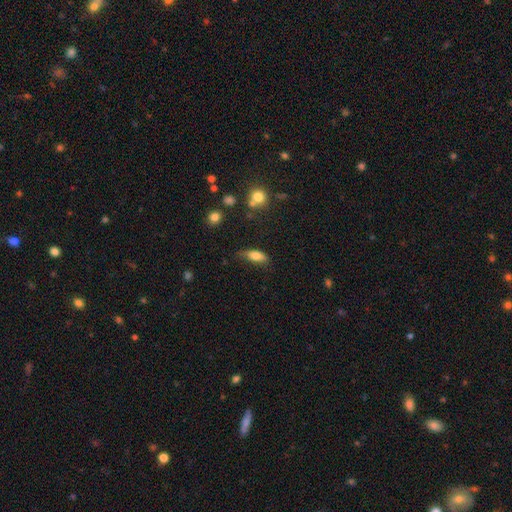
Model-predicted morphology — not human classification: smooth 76%, featured or disk 16%, star or artifact 8%. Down the decision tree: how rounded — in between (75%); merging — none (59%).